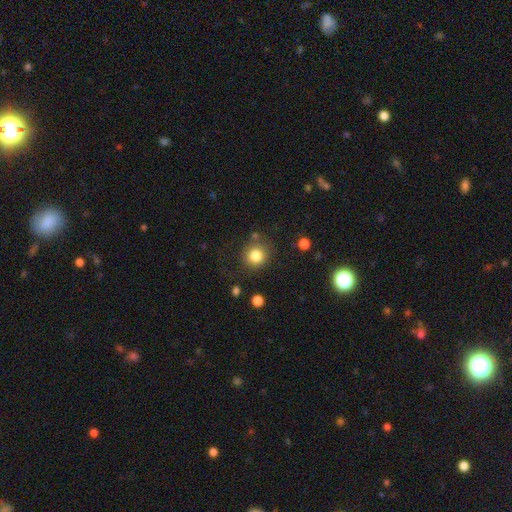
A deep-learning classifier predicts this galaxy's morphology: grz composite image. It shows a smooth galaxy with no disk features (82%) that is round (90%). Merging: none (80%).